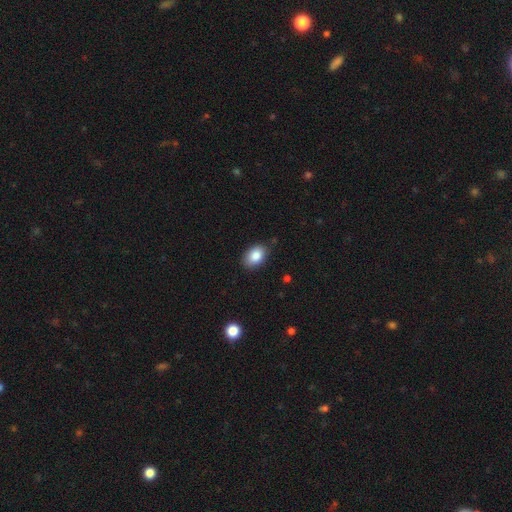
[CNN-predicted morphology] Q: Smooth or featured?
A: smooth (86%); runner-up: star or artifact (8%)
Q: How rounded?
A: in between (84%); runner-up: round (15%)
Q: Merging?
A: none (83%); runner-up: minor disturbance (13%)